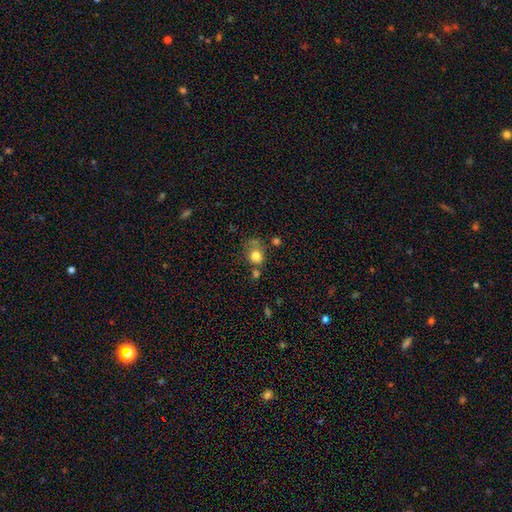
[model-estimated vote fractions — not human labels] smooth_or_featured: smooth (p=0.79) [alt: star or artifact p=0.11]
how_rounded: round (p=0.76) [alt: in between p=0.23]
merging: none (p=0.51) [alt: merger p=0.20]